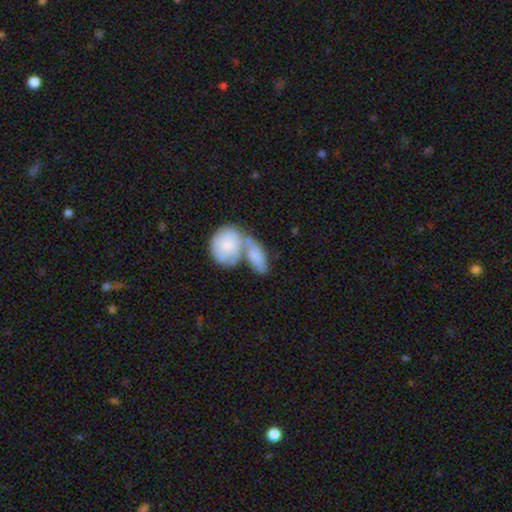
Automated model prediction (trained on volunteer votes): Morphology: type=smooth (70%); roundness=in between (78%); merging=merger (61%).